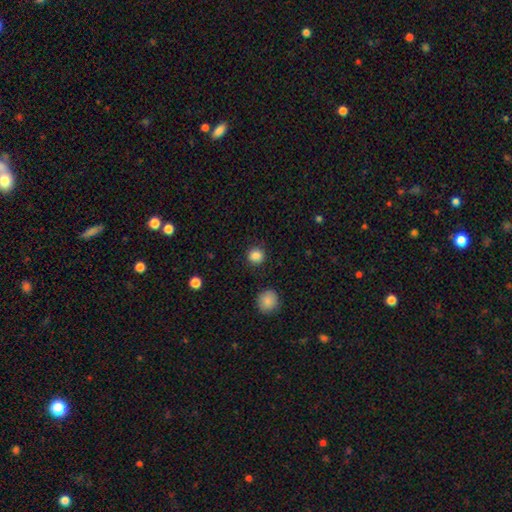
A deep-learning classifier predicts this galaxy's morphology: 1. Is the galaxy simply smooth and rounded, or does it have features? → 86% smooth, 10% star or artifact, 3% featured or disk.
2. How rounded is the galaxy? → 93% round, 6% in between, 1% cigar-shaped.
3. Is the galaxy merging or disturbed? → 90% none, 6% minor disturbance, 2% major disturbance, 2% merger.